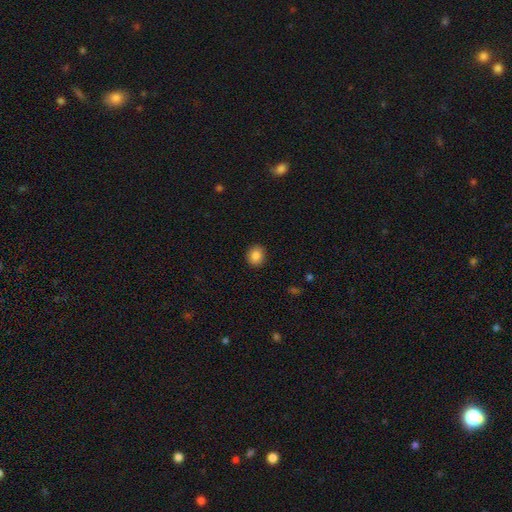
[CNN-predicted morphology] This appears to be a smooth galaxy with no disk features (86%) that is round (76%). Merging: none (91%).